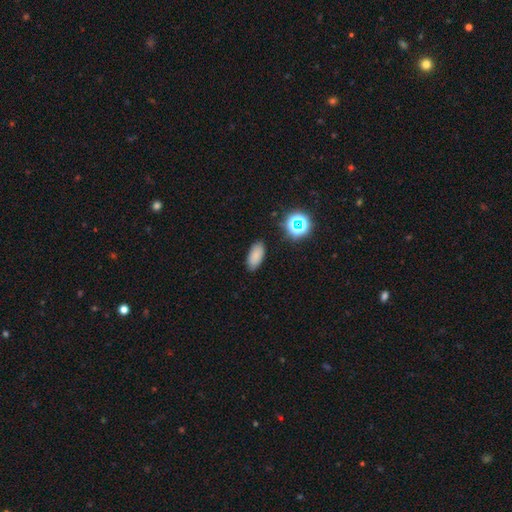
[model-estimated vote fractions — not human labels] A smooth galaxy with no disk features (81%) that is in between round and cigar-shaped (90%).

Vote fractions:
- Smooth or featured? smooth: 81% / star or artifact: 13% / featured or disk: 6%
- How rounded? in between: 90% / cigar-shaped: 6% / round: 4%
- Merging? none: 86% / minor disturbance: 10% / major disturbance: 3% / merger: 2%